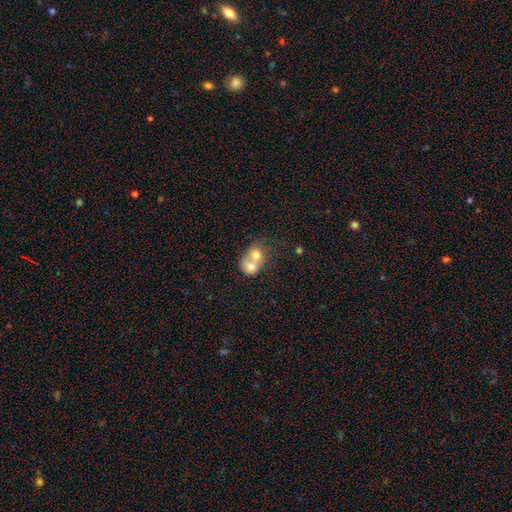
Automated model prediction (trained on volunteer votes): Overall: smooth (67%). How rounded: round (63%; in between 36%). Merging: merger (76%).